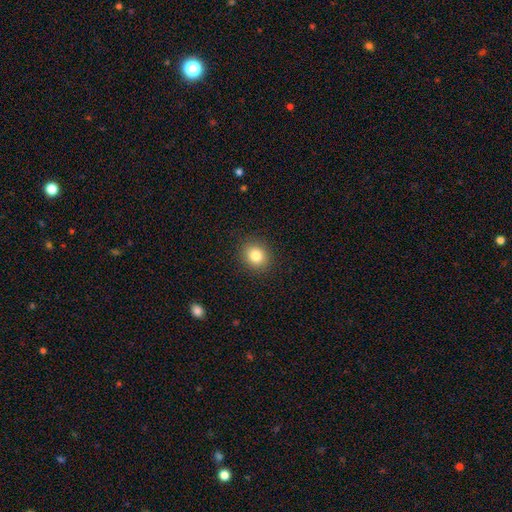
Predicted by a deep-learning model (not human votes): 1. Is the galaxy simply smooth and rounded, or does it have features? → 82% smooth, 11% star or artifact, 7% featured or disk.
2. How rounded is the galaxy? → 74% round, 25% in between, 1% cigar-shaped.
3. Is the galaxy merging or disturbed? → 90% none, 7% minor disturbance, 2% major disturbance, 1% merger.